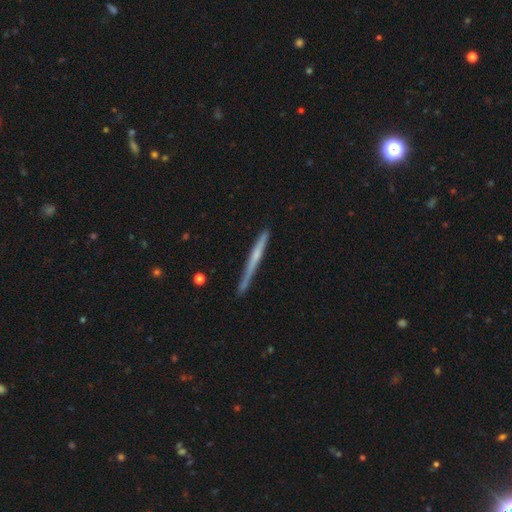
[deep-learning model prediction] smooth-or-featured: featured or disk: 56% | smooth: 38% | star or artifact: 6%
  disk-edge-on: yes: 97% | no: 3%
    edge-on-bulge: none: 61% | rounded: 31% | boxy: 8%
  merging: none: 80% | minor disturbance: 15% | major disturbance: 3% | merger: 2%